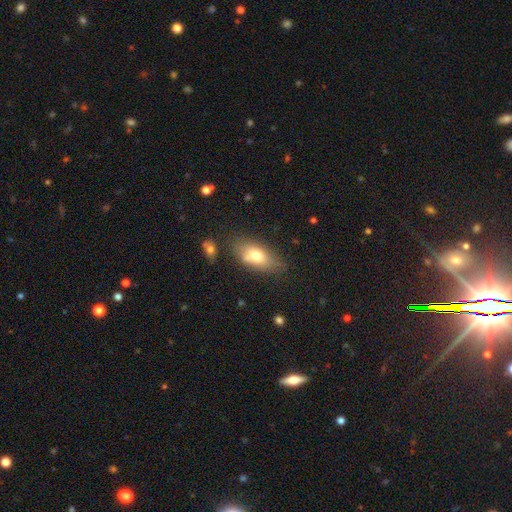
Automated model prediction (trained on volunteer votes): Morphology: type=smooth (71%); roundness=in between (84%); merging=none (67%).